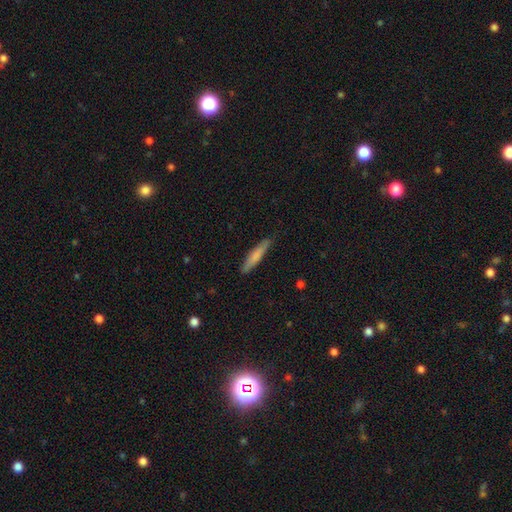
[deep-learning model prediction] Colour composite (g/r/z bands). It shows a smooth galaxy with no disk features (71%) that is cigar-shaped (91%). Merging: none (87%).